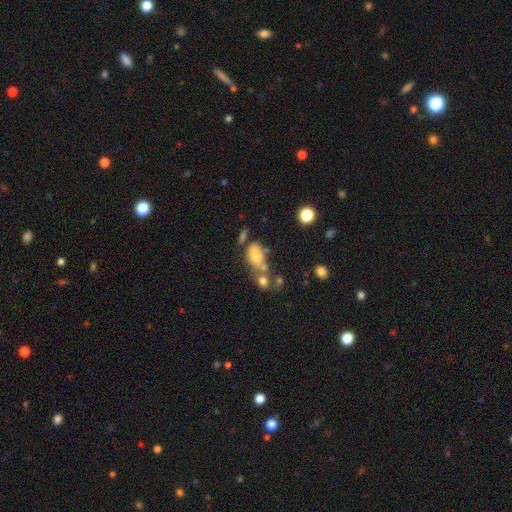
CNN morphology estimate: The model was most divided on "merging": merger: 37%, none: 36%, minor disturbance: 17%, major disturbance: 10%. More confident: how rounded — in between (79%); smooth or featured — smooth (69%).